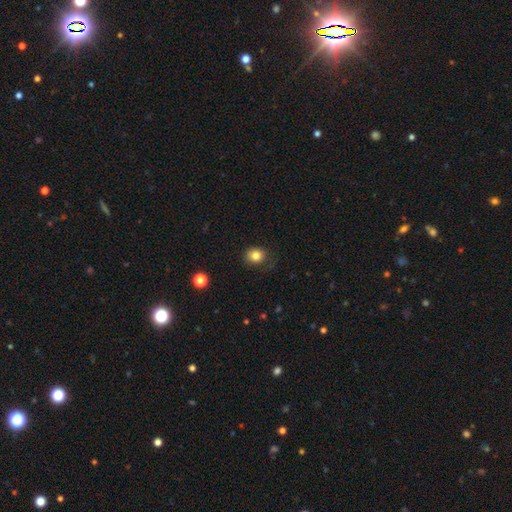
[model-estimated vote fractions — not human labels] A smooth galaxy with no disk features (82%) that is round (66%). Merging: none (79%).